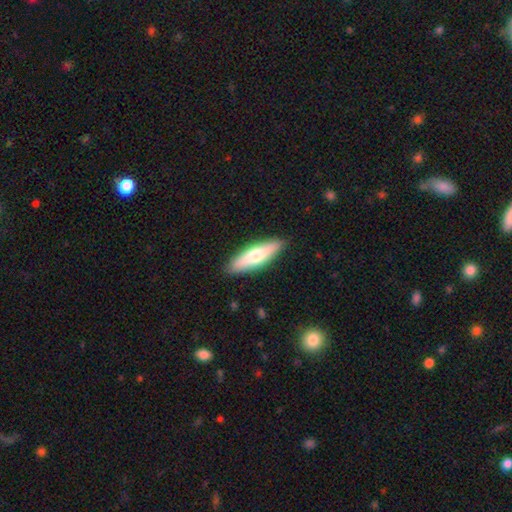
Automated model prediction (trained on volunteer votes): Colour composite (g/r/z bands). It shows a smooth galaxy with no disk features (62%) that is cigar-shaped (61%). Merging: none (88%).